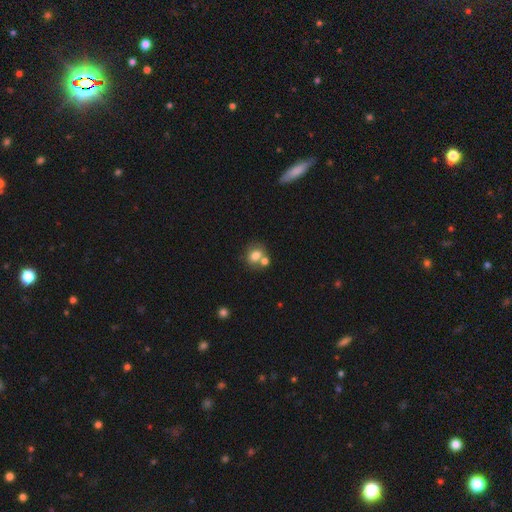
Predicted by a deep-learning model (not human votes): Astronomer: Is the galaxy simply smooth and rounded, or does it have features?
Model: smooth — 75%.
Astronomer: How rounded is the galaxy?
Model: round — 56% (runner-up: in between, 43%).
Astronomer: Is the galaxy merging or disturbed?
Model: none — 49% (runner-up: merger, 35%).